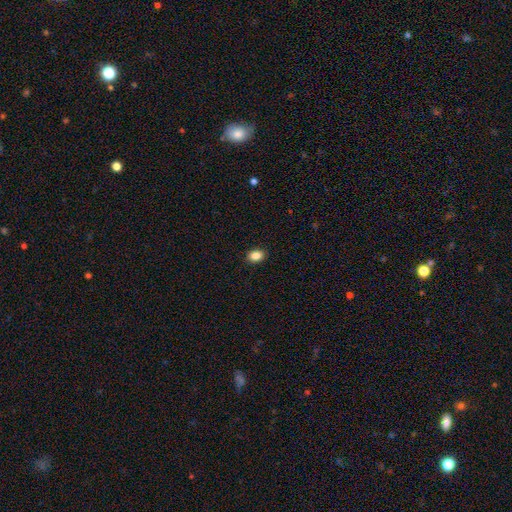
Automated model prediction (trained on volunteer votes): Smooth or featured? smooth (87%)
How rounded? in between (73%)
Merging? none (90%)